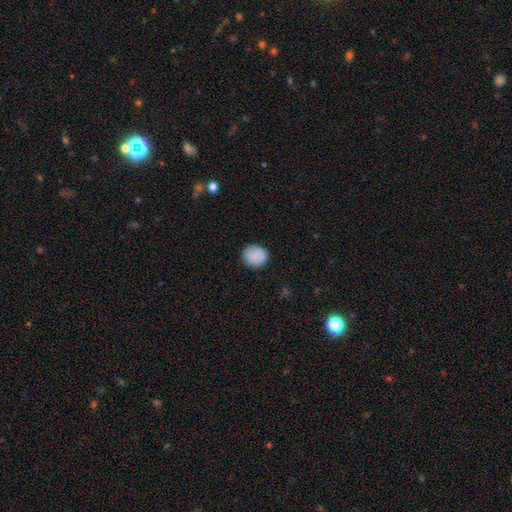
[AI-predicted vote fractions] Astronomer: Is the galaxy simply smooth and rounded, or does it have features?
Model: smooth — 85%.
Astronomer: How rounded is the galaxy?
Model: round — 84%.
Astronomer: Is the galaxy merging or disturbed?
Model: none — 87%.